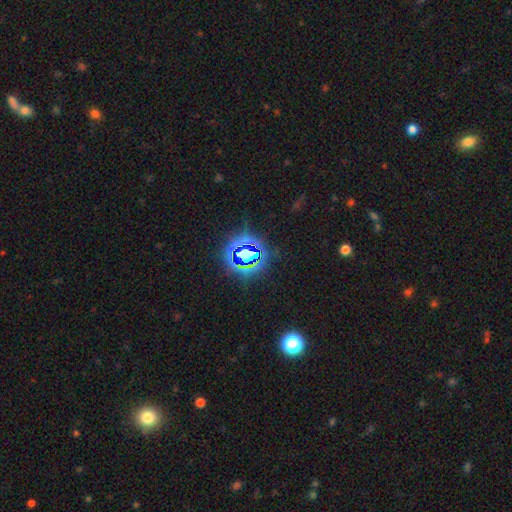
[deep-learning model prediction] smooth-or-featured: star or artifact: 78% | smooth: 14% | featured or disk: 7%